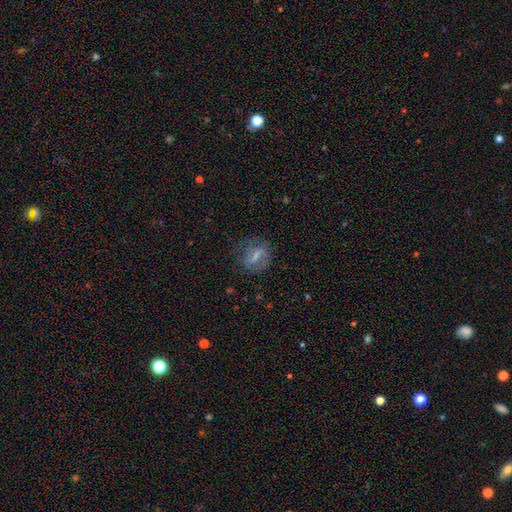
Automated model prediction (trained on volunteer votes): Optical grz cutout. It shows a featured or disk galaxy (58%) with a weak bar (45%), spiral arms (74%) and a small central bulge (41%). Merging: none (67%).